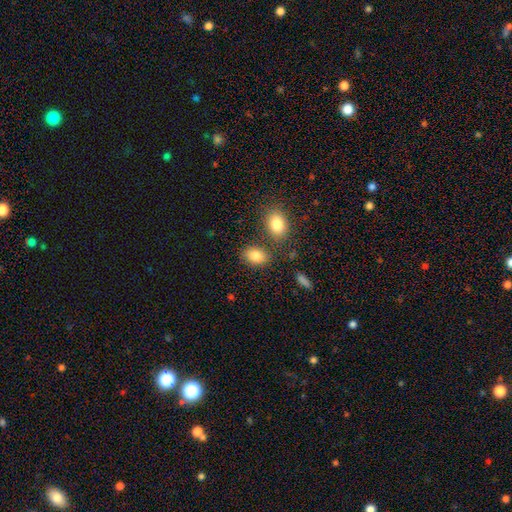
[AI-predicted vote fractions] The model was most divided on "how rounded": in between: 78%, round: 20%, cigar-shaped: 1%. More confident: smooth or featured — smooth (85%); merging — none (74%).